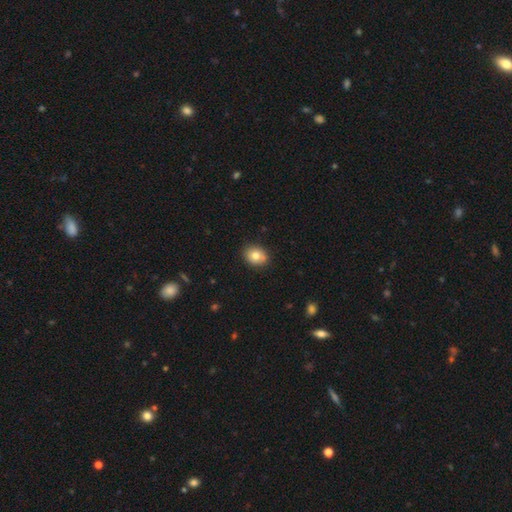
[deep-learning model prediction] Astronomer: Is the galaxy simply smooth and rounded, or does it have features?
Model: smooth — 79%.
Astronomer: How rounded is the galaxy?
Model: round — 58% (runner-up: in between, 42%).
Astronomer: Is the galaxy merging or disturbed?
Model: none — 79%.